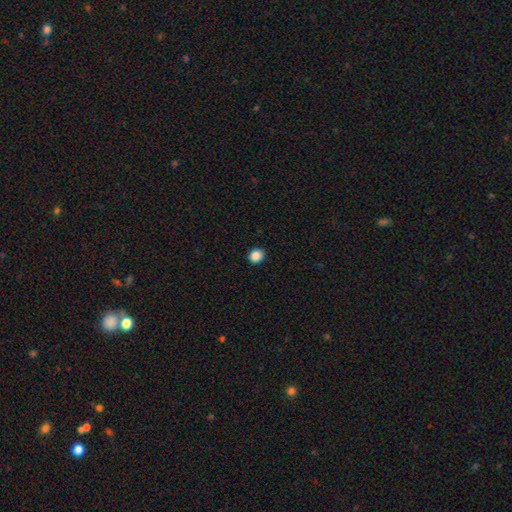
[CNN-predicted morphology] smooth-or-featured: smooth: 88% | star or artifact: 10% | featured or disk: 2%
  how-rounded: round: 75% | in between: 24% | cigar-shaped: 1%
  merging: none: 92% | minor disturbance: 6% | major disturbance: 2% | merger: 1%